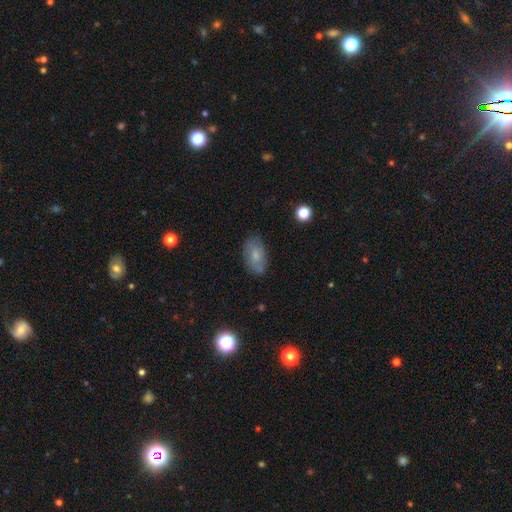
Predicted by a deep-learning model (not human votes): Morphology: type=smooth (72%); roundness=in between (92%); merging=none (75%).